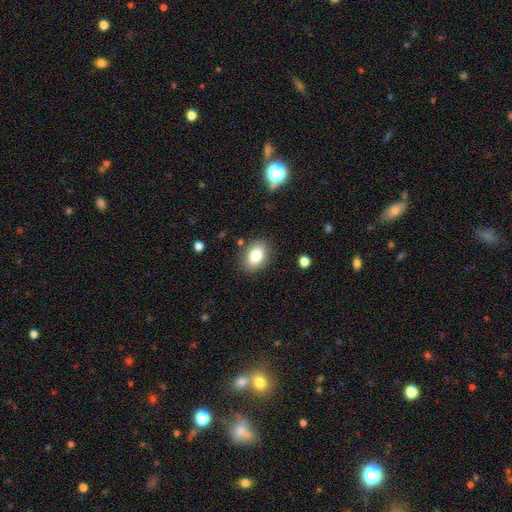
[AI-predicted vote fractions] Smooth or featured?
  - smooth: 79% *
  - featured or disk: 12%
  - star or artifact: 9%
How rounded?
  - in between: 76% *
  - round: 22%
  - cigar-shaped: 1%
Merging?
  - none: 85% *
  - minor disturbance: 10%
  - major disturbance: 3%
  - merger: 2%